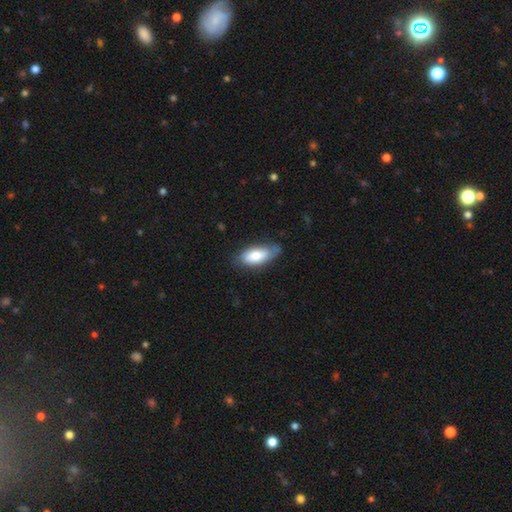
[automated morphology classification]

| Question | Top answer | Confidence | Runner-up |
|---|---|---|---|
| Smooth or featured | smooth | 77% | featured or disk (17%) |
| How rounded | in between | 84% | cigar-shaped (13%) |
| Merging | none | 63% | minor disturbance (29%) |